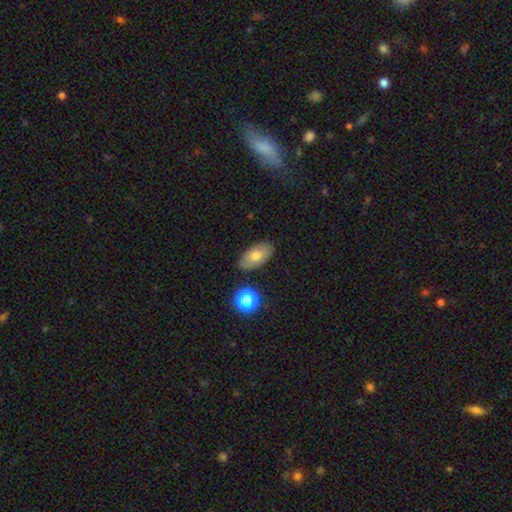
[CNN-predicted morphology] Smooth or featured? Predicted: smooth (p=0.74). How rounded? Predicted: in between (p=0.92). Merging? Predicted: none (p=0.82).